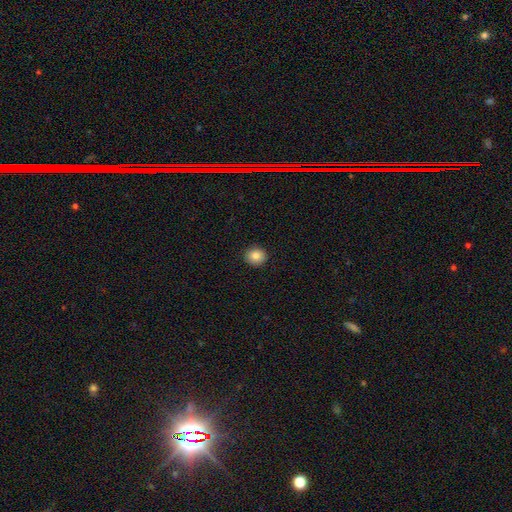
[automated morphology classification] The model was most divided on "how rounded": round: 78%, in between: 21%, cigar-shaped: 1%. More confident: merging — none (91%); smooth or featured — smooth (85%).